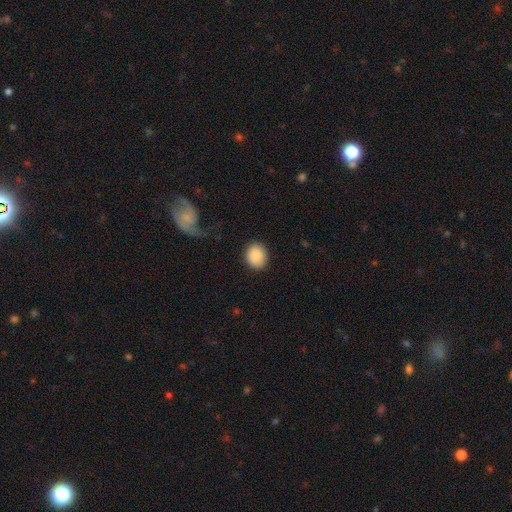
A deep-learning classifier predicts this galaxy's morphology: smooth 88%, star or artifact 7%, featured or disk 5%. Down the decision tree: how rounded — round (62%); merging — none (87%).